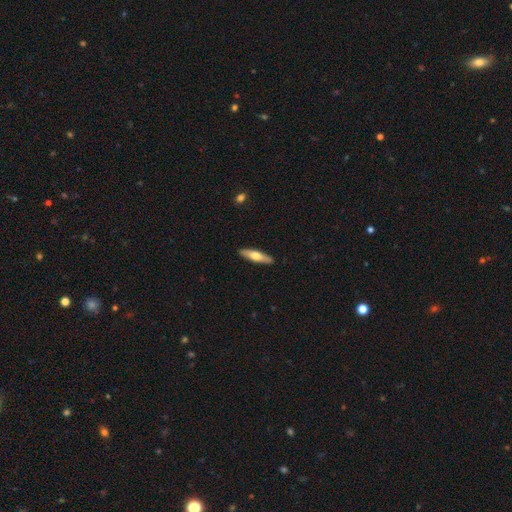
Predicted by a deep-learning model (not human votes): Smooth or featured? smooth (55%)
How rounded? cigar-shaped (76%)
Merging? none (91%)